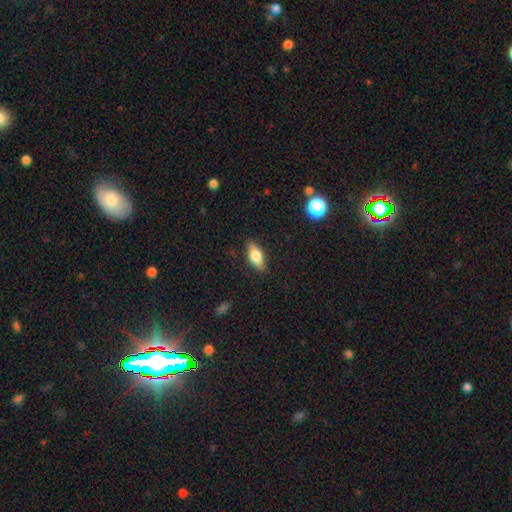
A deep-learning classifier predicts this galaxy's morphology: Smooth or featured? Predicted: smooth (p=0.71). How rounded? Predicted: in between (p=0.79). Merging? Predicted: none (p=0.84).